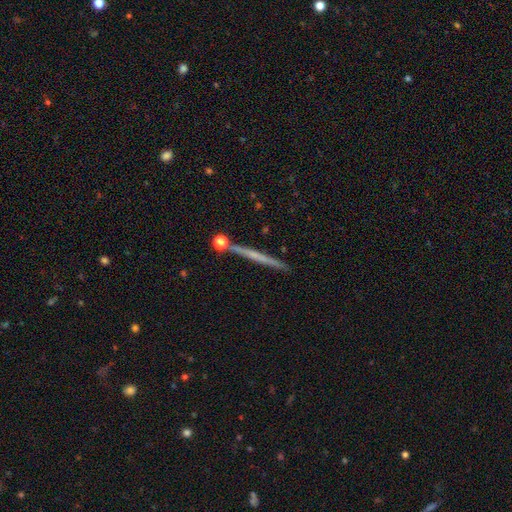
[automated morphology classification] A featured or disk galaxy (55%) viewed edge-on (97%) with no central bulge (77%).

Vote fractions:
- Smooth or featured? featured or disk: 55% / smooth: 38% / star or artifact: 8%
- Edge-on disk? yes: 97% / no: 3%
- Edge-on bulge? none: 77% / rounded: 18% / boxy: 5%
- Merging? none: 86% / minor disturbance: 7% / merger: 5% / major disturbance: 2%